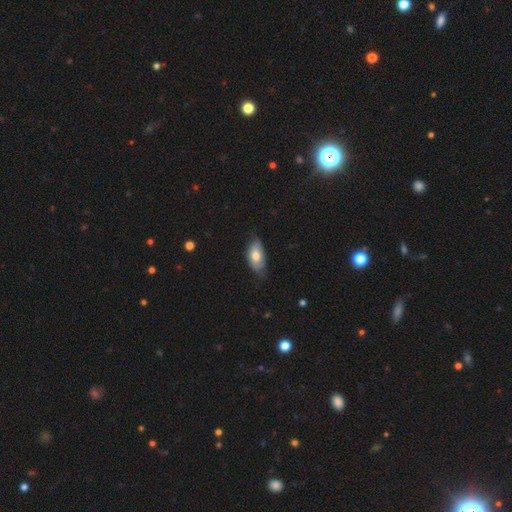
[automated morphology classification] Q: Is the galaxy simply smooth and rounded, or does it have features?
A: smooth — 71%.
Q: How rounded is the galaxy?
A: in between — 93%.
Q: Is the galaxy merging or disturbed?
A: none — 62%.